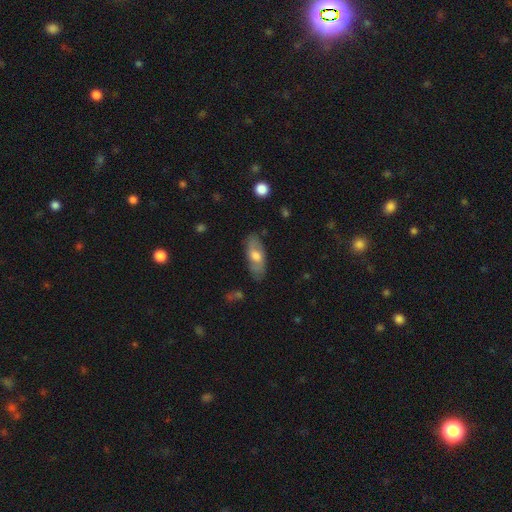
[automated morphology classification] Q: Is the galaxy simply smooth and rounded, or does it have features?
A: smooth — 57%.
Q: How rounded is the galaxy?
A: in between — 80%.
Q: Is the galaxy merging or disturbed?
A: none — 80%.